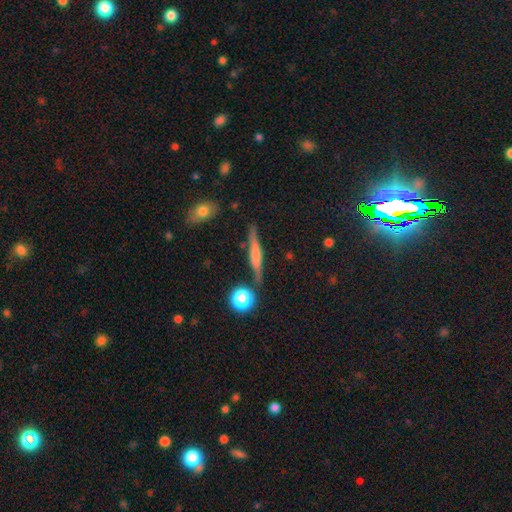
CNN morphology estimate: The model was most divided on "smooth or featured": featured or disk: 52%, smooth: 40%, star or artifact: 8%. More confident: edge-on disk — yes (93%); merging — none (79%).